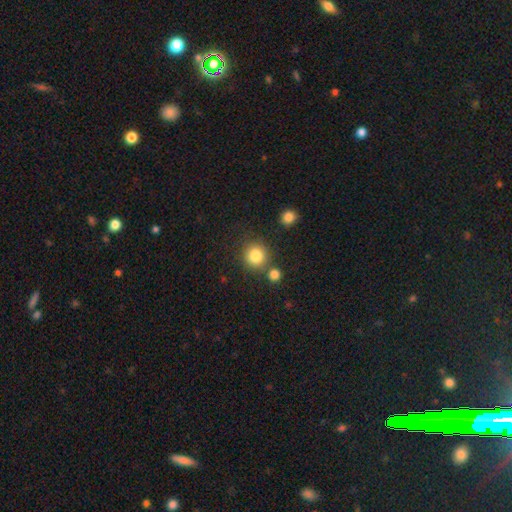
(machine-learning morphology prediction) smooth_or_featured: smooth (p=0.83) [alt: star or artifact p=0.10]
how_rounded: round (p=0.92) [alt: in between p=0.07]
merging: none (p=0.76) [alt: merger p=0.12]